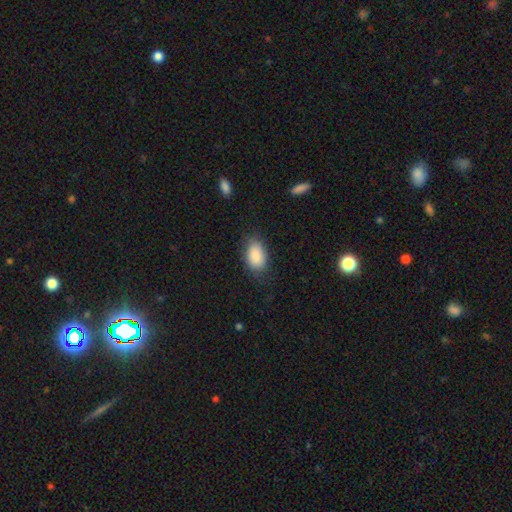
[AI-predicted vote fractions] This is clearly a smooth galaxy (87%). How rounded: clearly in between (90%). Merging: likely none (76%).